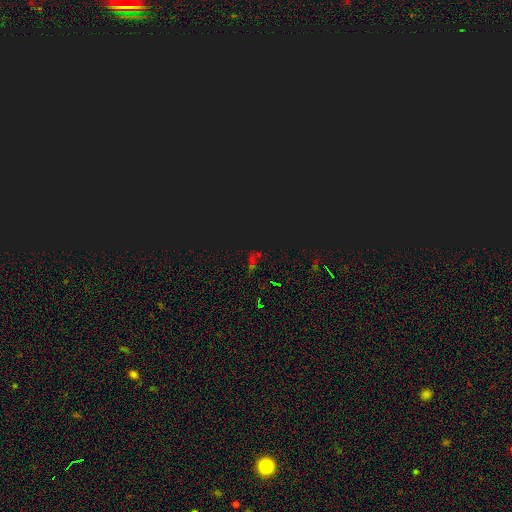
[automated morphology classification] This is likely a star or artifact rather than a galaxy (72%).